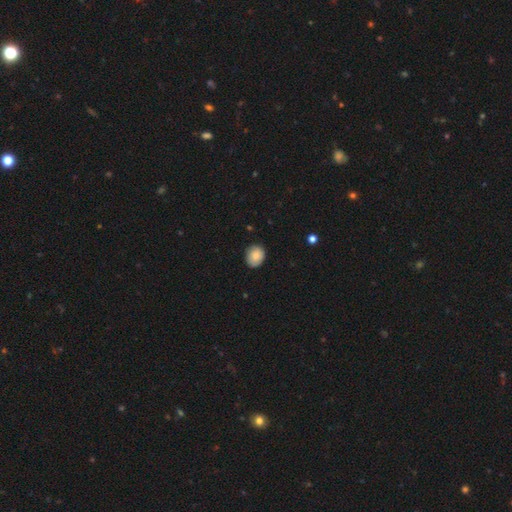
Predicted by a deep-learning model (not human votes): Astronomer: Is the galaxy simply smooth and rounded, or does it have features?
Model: smooth — 83%.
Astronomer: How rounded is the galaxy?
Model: round — 63%.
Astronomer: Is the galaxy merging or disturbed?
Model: none — 81%.